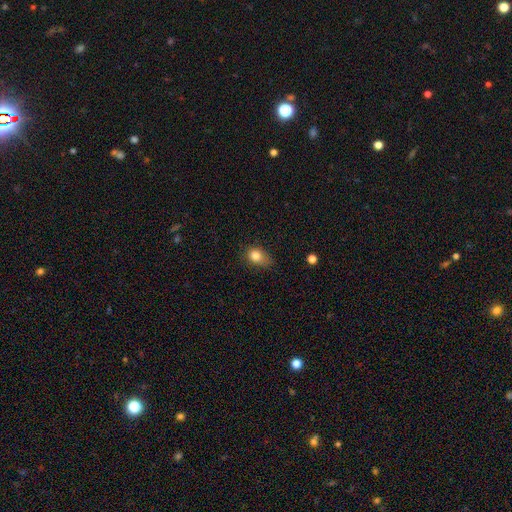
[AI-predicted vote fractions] A smooth galaxy with no disk features (81%) that is in between round and cigar-shaped (58%).

Vote fractions:
- Smooth or featured? smooth: 81% / star or artifact: 11% / featured or disk: 8%
- How rounded? in between: 58% / round: 40% / cigar-shaped: 1%
- Merging? none: 55% / minor disturbance: 33% / major disturbance: 10% / merger: 2%